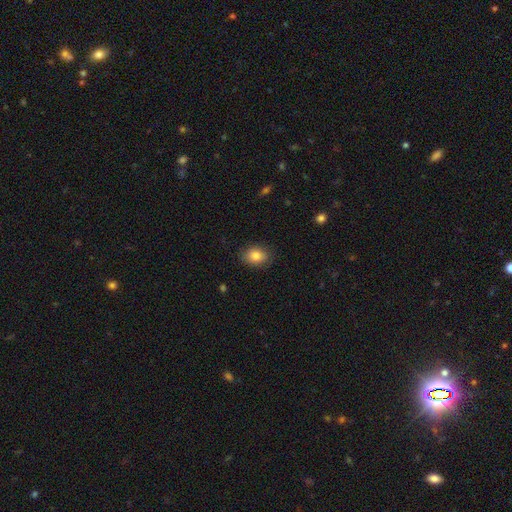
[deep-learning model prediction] Morphology: type=smooth (84%); roundness=in between (70%); merging=none (85%).